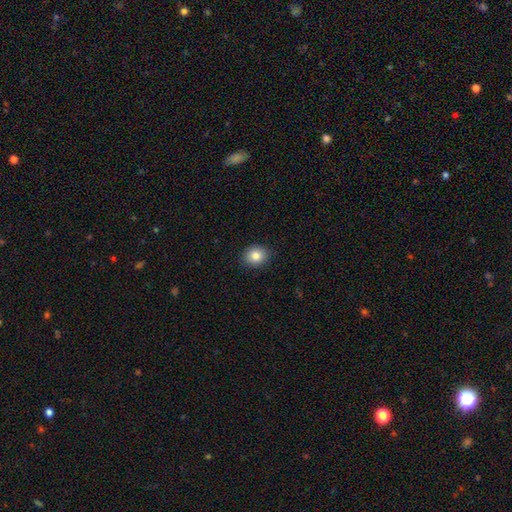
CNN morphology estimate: smooth 83%, star or artifact 9%, featured or disk 7%. Down the decision tree: how rounded — round (61%); merging — none (89%).